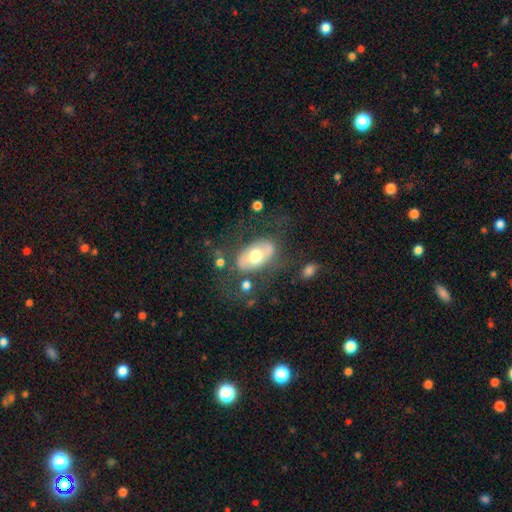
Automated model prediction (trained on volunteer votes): smooth_or_featured: smooth (p=0.50) [alt: featured or disk p=0.43]
how_rounded: in between (p=0.89) [alt: round p=0.08]
merging: none (p=0.64) [alt: minor disturbance p=0.18]